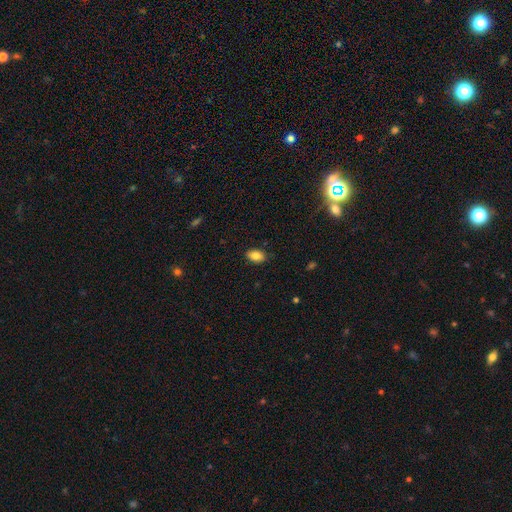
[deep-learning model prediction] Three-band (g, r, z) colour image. It shows a smooth galaxy with no disk features (86%) that is in between round and cigar-shaped (89%). Merging: none (87%).